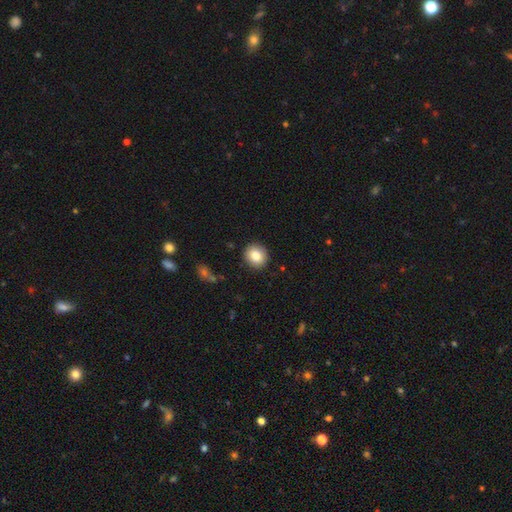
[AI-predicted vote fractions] A smooth galaxy with no disk features (82%) that is round (88%). Merging: none (90%).